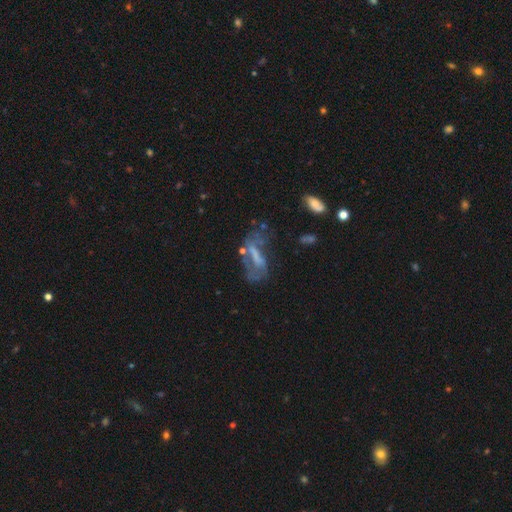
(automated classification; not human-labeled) Smooth or featured: featured or disk — 59% (smooth — 27%)
Edge-on disk: no — 87% (yes — 13%)
Bar: strong — 39% (no — 31%)
Spiral arms: no — 56% (yes — 44%)
Bulge size: none — 51% (moderate — 21%)
Merging: none — 39% (major disturbance — 31%)